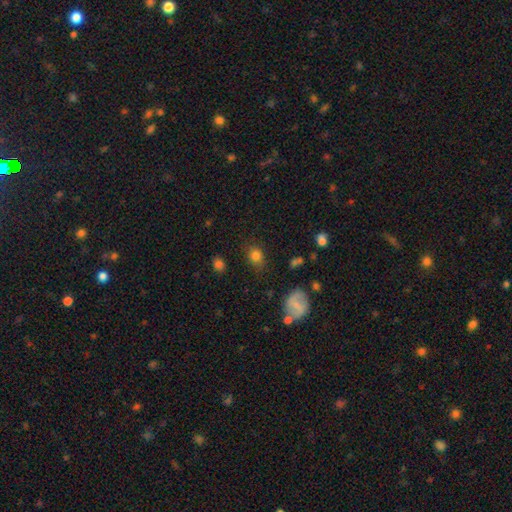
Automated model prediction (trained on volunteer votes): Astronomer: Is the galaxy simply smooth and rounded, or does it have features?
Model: smooth — 80%.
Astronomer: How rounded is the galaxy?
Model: round — 57% (runner-up: in between, 42%).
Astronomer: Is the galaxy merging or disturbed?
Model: none — 77%.